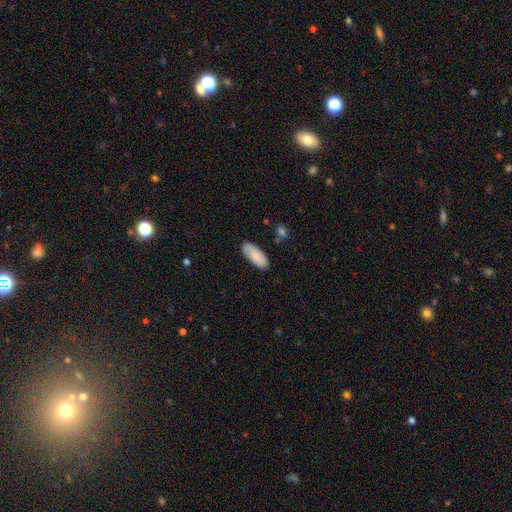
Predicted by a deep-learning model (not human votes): Morphology: type=smooth (87%); roundness=in between (82%); merging=none (82%).